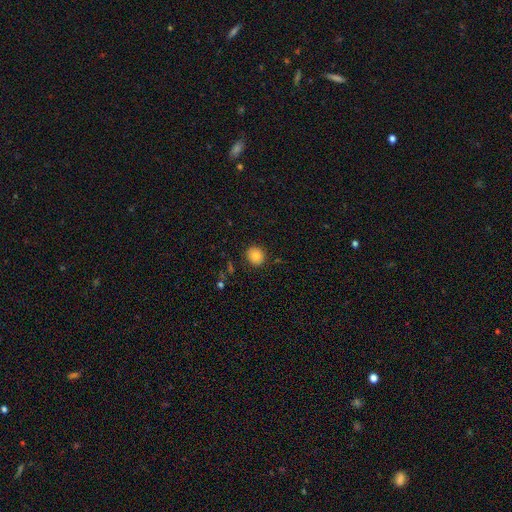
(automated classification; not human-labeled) Q: Smooth or featured?
A: smooth (83%); runner-up: star or artifact (10%)
Q: How rounded?
A: round (87%); runner-up: in between (12%)
Q: Merging?
A: none (89%); runner-up: minor disturbance (7%)